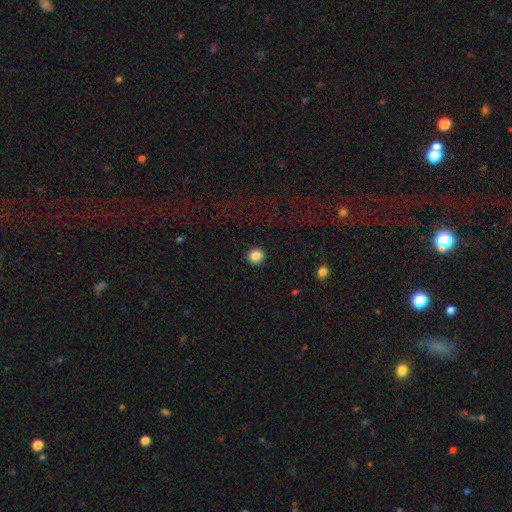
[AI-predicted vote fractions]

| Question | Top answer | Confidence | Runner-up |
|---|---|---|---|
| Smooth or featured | smooth | 87% | star or artifact (10%) |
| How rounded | round | 94% | in between (5%) |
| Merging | none | 93% | minor disturbance (5%) |